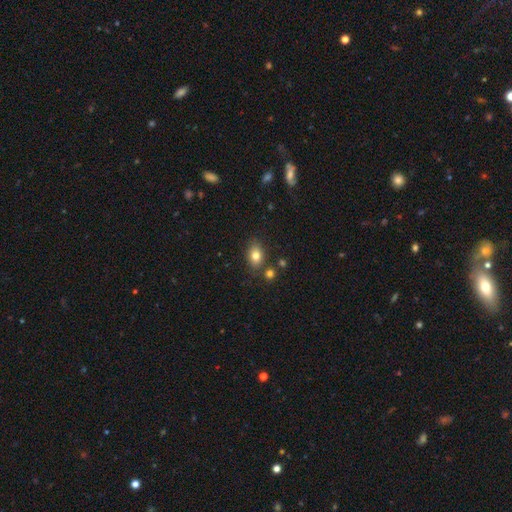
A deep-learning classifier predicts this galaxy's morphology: This is likely a smooth galaxy (79%). How rounded: likely in between (78%). Merging: likely none (76%).